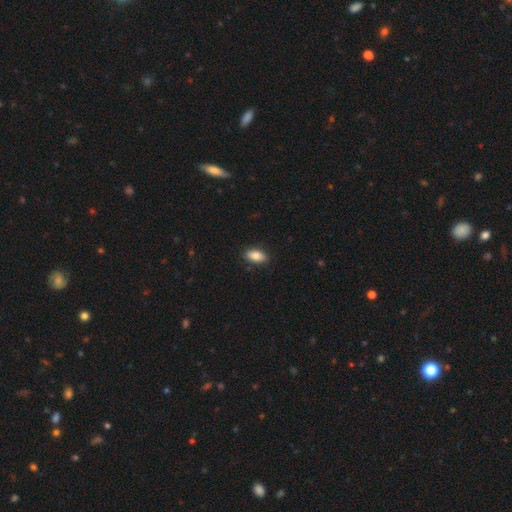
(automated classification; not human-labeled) Overall: smooth (85%). How rounded: in between (92%). Merging: none (88%).